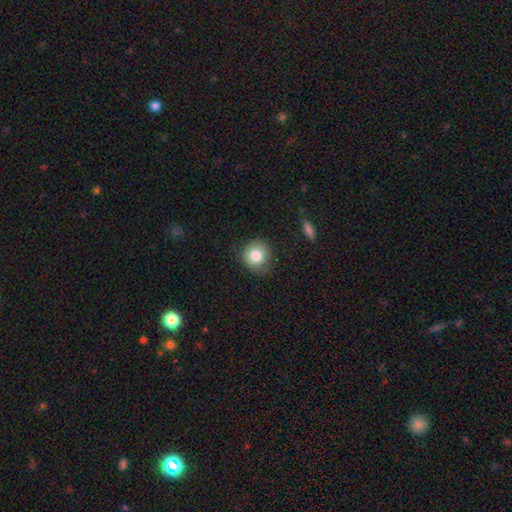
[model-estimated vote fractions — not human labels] Morphology: type=smooth (82%); roundness=round (88%); merging=none (79%).